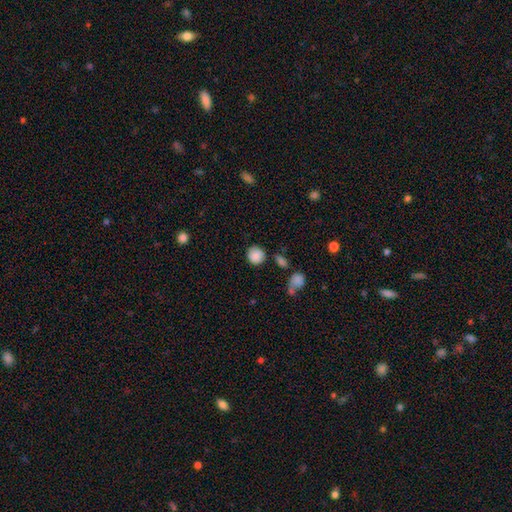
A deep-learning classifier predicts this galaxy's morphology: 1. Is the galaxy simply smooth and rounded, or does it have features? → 85% smooth, 9% star or artifact, 5% featured or disk.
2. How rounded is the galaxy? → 88% round, 11% in between, 1% cigar-shaped.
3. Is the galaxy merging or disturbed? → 74% none, 16% minor disturbance, 6% merger, 5% major disturbance.